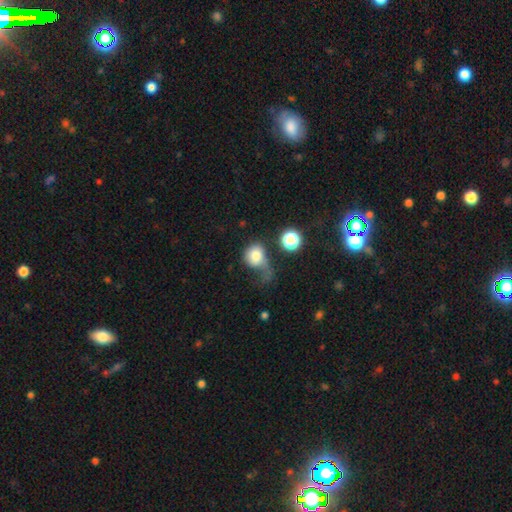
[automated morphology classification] Smooth or featured?
  - smooth: 74% *
  - featured or disk: 16%
  - star or artifact: 11%
How rounded?
  - round: 66% *
  - in between: 33%
  - cigar-shaped: 1%
Merging?
  - major disturbance: 48% *
  - none: 21%
  - minor disturbance: 21%
  - merger: 10%